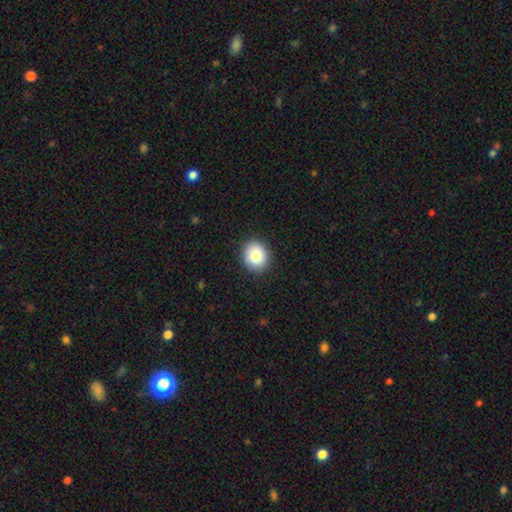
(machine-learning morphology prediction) smooth-or-featured: smooth: 82% | star or artifact: 9% | featured or disk: 9%
  how-rounded: round: 74% | in between: 25% | cigar-shaped: 1%
  merging: none: 90% | minor disturbance: 7% | major disturbance: 2% | merger: 1%